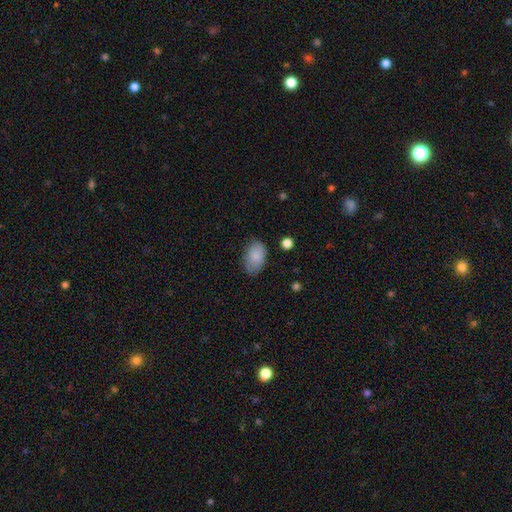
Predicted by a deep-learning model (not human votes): Overall: smooth (86%). How rounded: in between (91%). Merging: none (75%).